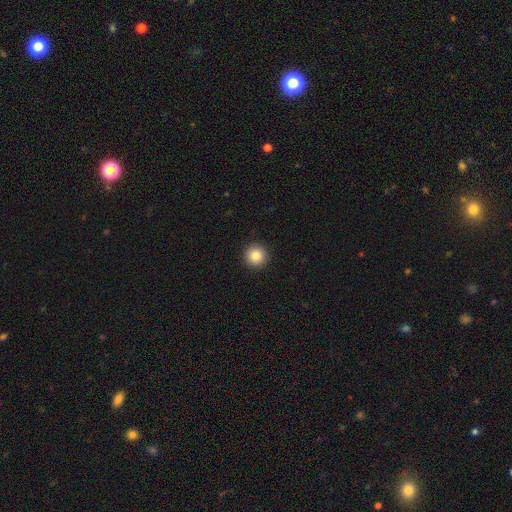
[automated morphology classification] Q: Smooth or featured?
A: smooth (84%); runner-up: star or artifact (10%)
Q: How rounded?
A: round (96%); runner-up: in between (3%)
Q: Merging?
A: none (93%); runner-up: minor disturbance (4%)